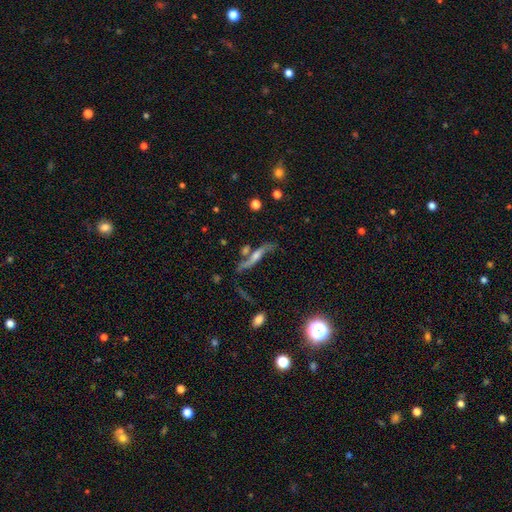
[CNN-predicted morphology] smooth_or_featured: featured or disk (p=0.64) [alt: smooth p=0.25]
disk_edge_on: yes (p=0.60) [alt: no p=0.40]
merging: none (p=0.48) [alt: minor disturbance p=0.20]